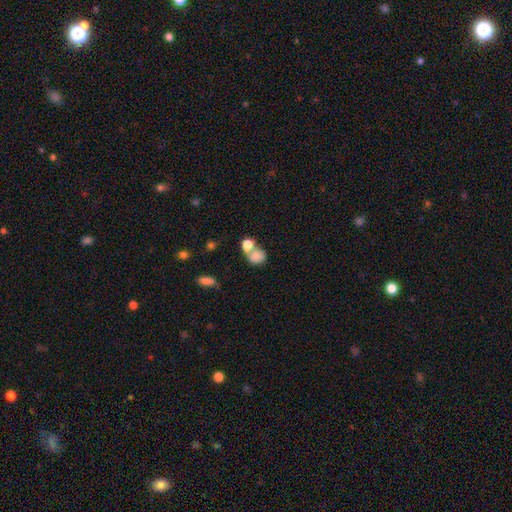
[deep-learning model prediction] Smooth or featured? Predicted: smooth (p=0.79). How rounded? Predicted: round (p=0.56). Merging? Predicted: merger (p=0.55).